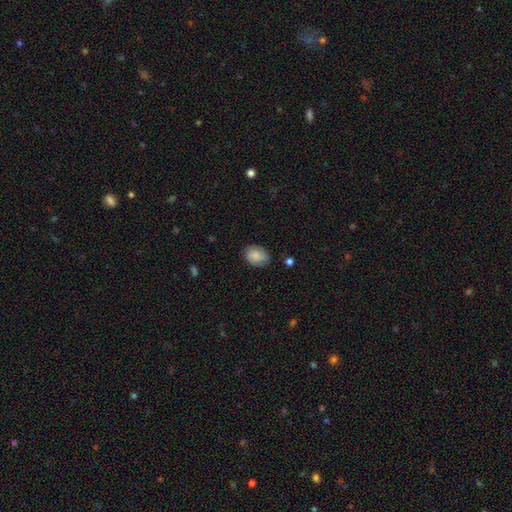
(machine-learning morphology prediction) The model was most divided on "how rounded": in between: 70%, round: 29%, cigar-shaped: 1%. More confident: smooth or featured — smooth (83%); merging — none (79%).